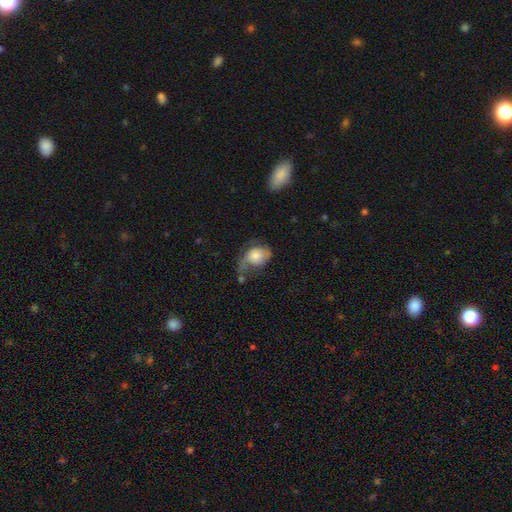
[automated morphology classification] type=smooth (55%); roundness=in between (59%); merging=major disturbance (39%).